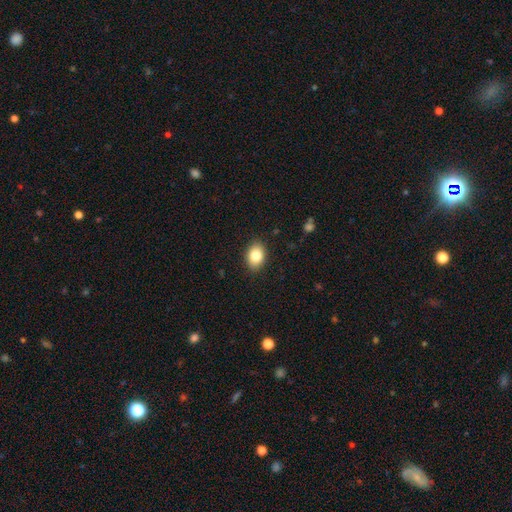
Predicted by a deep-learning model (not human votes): A smooth galaxy with no disk features (84%) that is in between round and cigar-shaped (77%). Merging: none (89%).